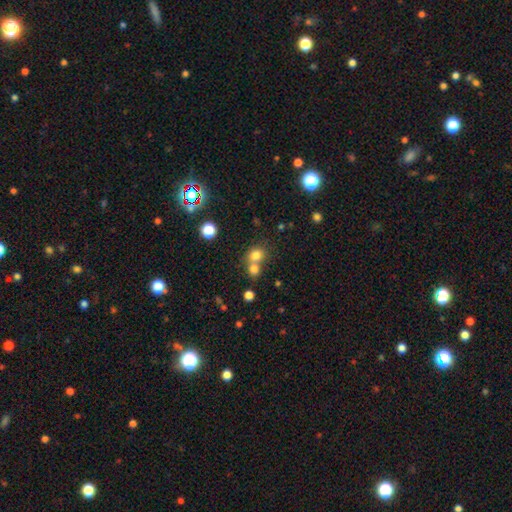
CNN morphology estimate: A smooth galaxy with no disk features (77%) that is round (75%).

Vote fractions:
- Smooth or featured? smooth: 77% / star or artifact: 15% / featured or disk: 8%
- How rounded? round: 75% / in between: 24% / cigar-shaped: 1%
- Merging? merger: 48% / none: 43% / minor disturbance: 7% / major disturbance: 3%